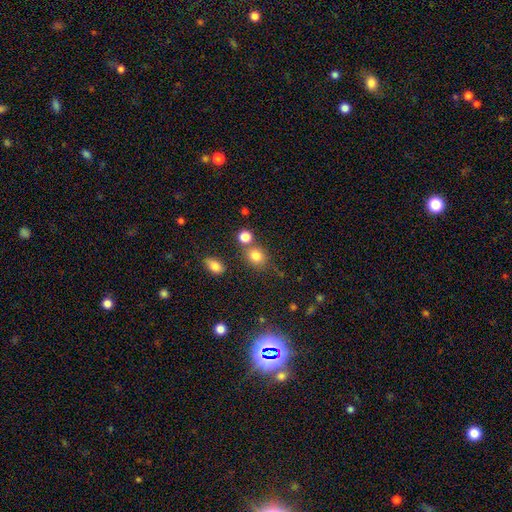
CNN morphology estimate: smooth-or-featured: smooth: 79% | star or artifact: 13% | featured or disk: 7%
  how-rounded: round: 71% | in between: 28% | cigar-shaped: 1%
  merging: none: 64% | merger: 20% | minor disturbance: 11% | major disturbance: 4%